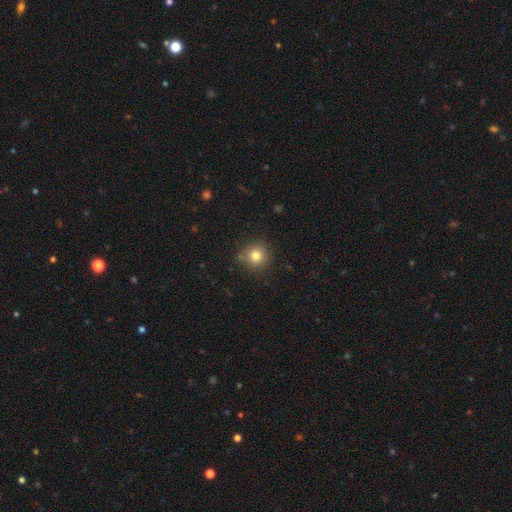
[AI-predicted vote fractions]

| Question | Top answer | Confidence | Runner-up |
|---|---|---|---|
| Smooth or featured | smooth | 79% | star or artifact (13%) |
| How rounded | round | 93% | in between (6%) |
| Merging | none | 85% | minor disturbance (10%) |